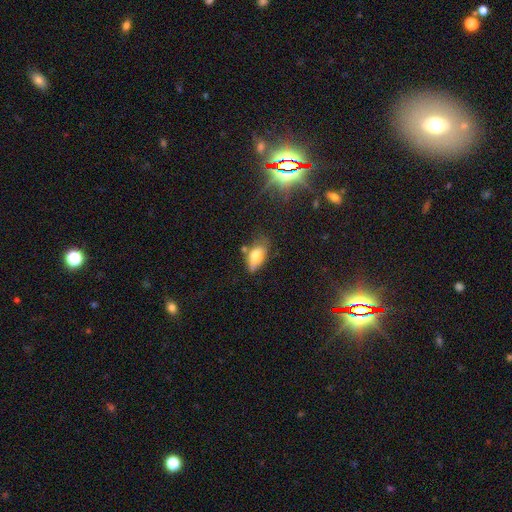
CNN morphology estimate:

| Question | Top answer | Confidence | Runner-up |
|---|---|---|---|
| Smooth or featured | smooth | 71% | featured or disk (19%) |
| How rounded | in between | 90% | cigar-shaped (6%) |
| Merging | none | 44% | minor disturbance (31%) |